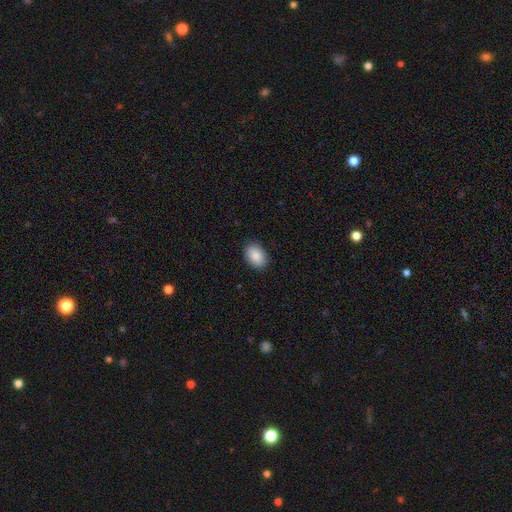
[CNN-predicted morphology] smooth 90%, star or artifact 6%, featured or disk 4%. Down the decision tree: how rounded — in between (88%); merging — none (89%).